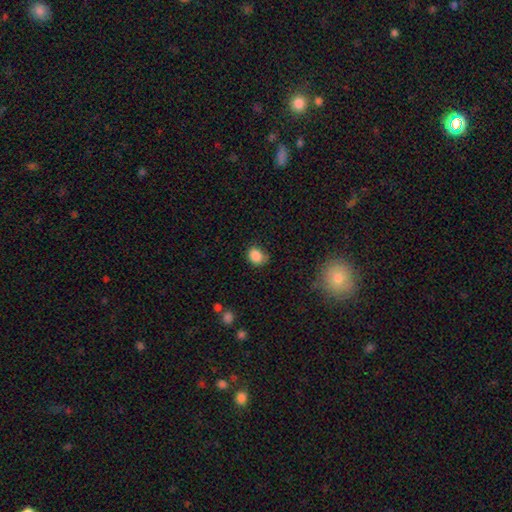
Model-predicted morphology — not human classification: A smooth galaxy with no disk features (86%) that is round (52%). Merging: none (59%).